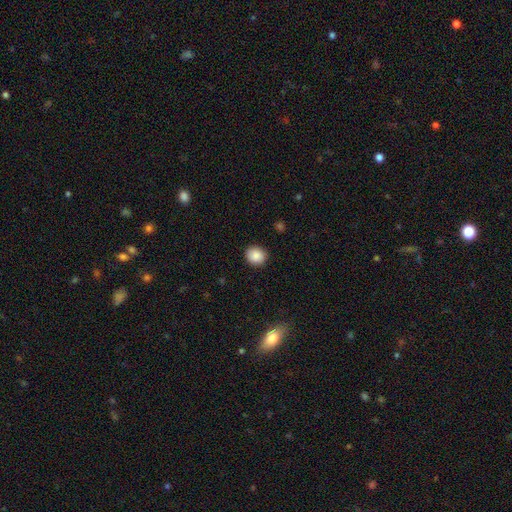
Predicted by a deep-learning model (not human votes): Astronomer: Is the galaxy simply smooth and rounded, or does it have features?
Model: smooth — 88%.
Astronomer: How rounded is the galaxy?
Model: round — 81%.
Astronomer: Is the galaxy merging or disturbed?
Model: none — 90%.